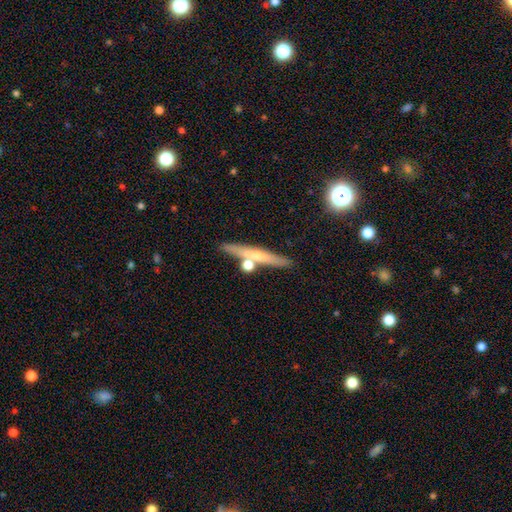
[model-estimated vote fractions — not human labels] A smooth galaxy with no disk features (49%). Merging: none (76%).